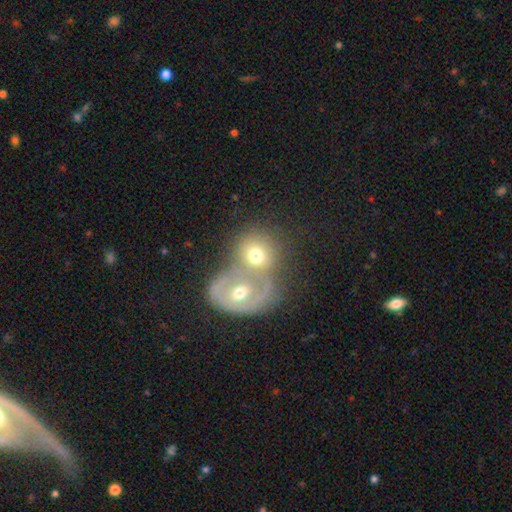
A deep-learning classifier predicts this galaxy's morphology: smooth-or-featured: smooth: 53% | featured or disk: 38% | star or artifact: 9%
  how-rounded: round: 64% | in between: 35% | cigar-shaped: 1%
  merging: merger: 66% | none: 21% | minor disturbance: 7% | major disturbance: 5%